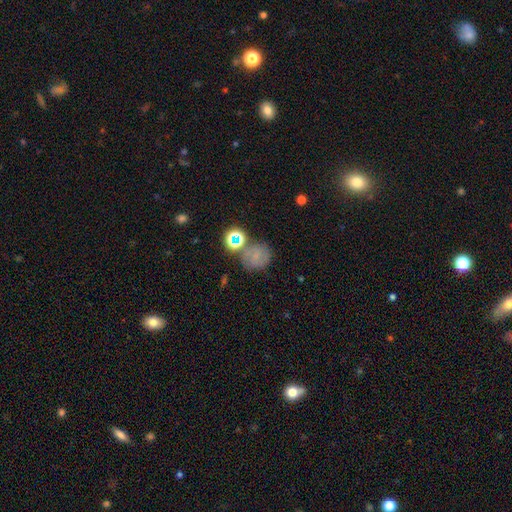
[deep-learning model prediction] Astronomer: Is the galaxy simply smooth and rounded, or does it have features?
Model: smooth — 55%.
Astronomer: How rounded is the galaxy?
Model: round — 81%.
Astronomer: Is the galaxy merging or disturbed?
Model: none — 56%.